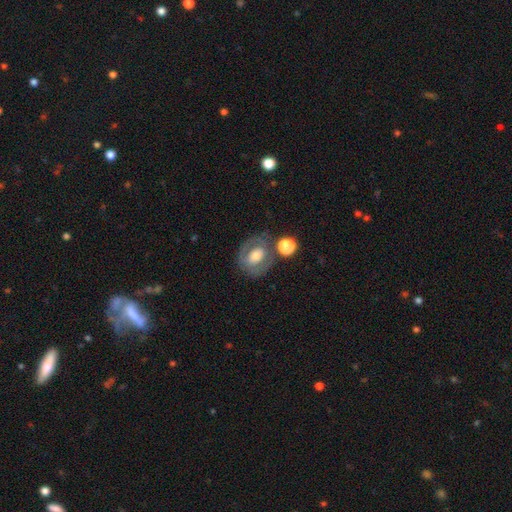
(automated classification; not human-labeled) Morphology: type=featured or disk (48%); merging=none (61%).